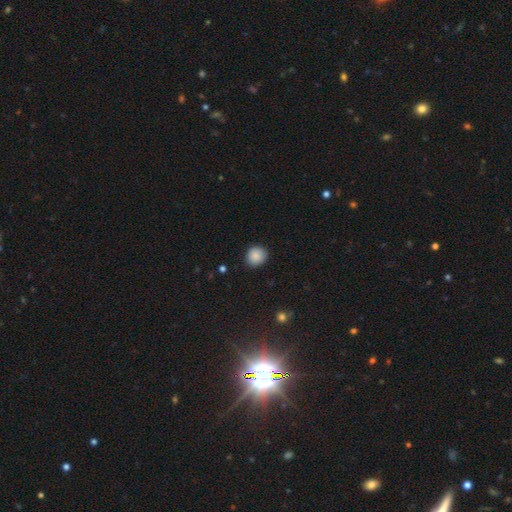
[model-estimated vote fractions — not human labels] This is clearly a smooth galaxy (88%). How rounded: likely round (78%). Merging: clearly none (87%).